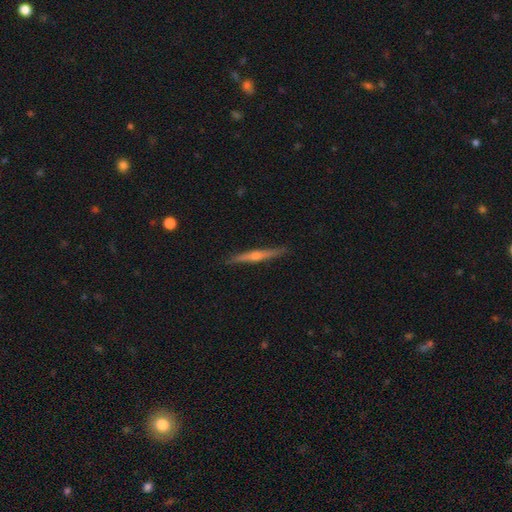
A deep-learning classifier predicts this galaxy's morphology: type=featured or disk (74%); edge-on=yes (98%); edge-on bulge=rounded (83%); merging=none (91%).